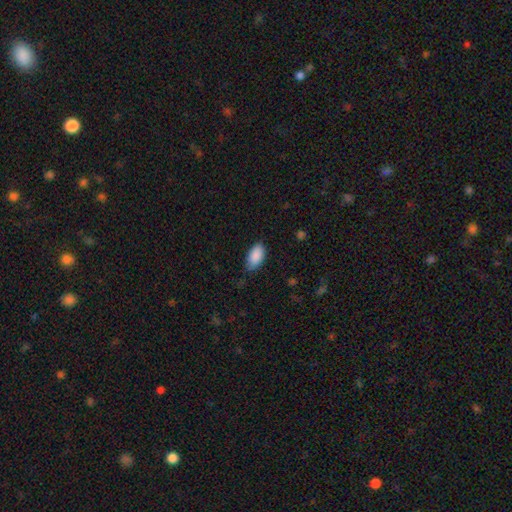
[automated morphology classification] Overall: smooth (90%). How rounded: in between (95%). Merging: none (74%).